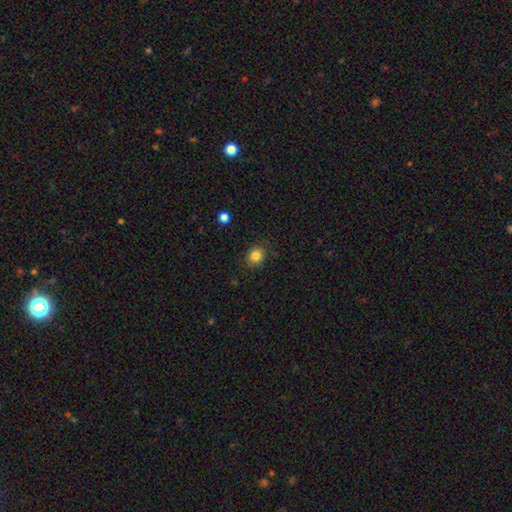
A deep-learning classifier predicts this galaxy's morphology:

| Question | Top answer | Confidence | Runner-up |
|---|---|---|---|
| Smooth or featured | smooth | 84% | star or artifact (11%) |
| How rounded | round | 77% | in between (22%) |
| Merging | none | 87% | minor disturbance (9%) |